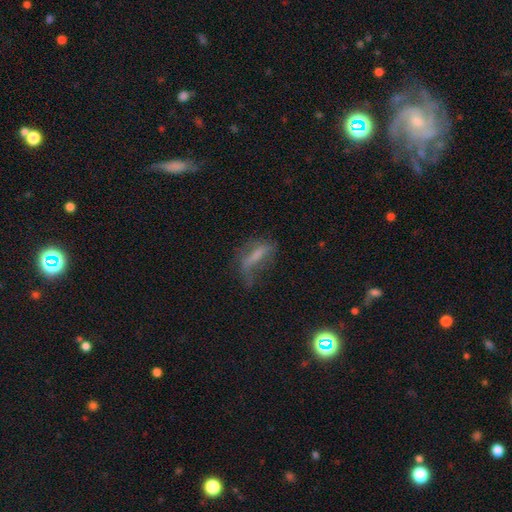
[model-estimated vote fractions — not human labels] smooth-or-featured: smooth: 47% | featured or disk: 40% | star or artifact: 13%
  merging: major disturbance: 36% | none: 35% | minor disturbance: 26% | merger: 4%